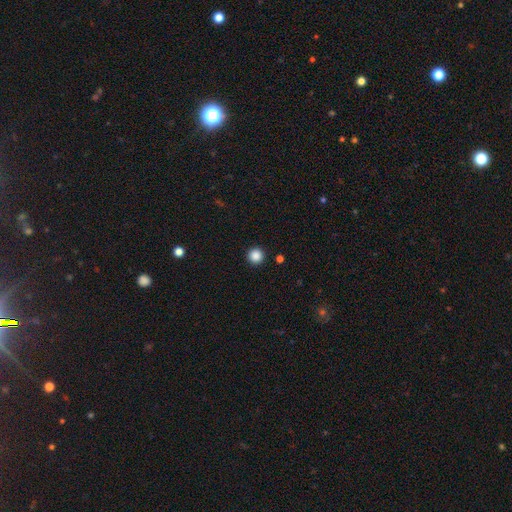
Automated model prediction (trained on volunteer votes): Smooth or featured?
  - smooth: 86% *
  - star or artifact: 11%
  - featured or disk: 3%
How rounded?
  - round: 96% *
  - in between: 3%
  - cigar-shaped: 1%
Merging?
  - none: 93% *
  - minor disturbance: 4%
  - major disturbance: 2%
  - merger: 1%